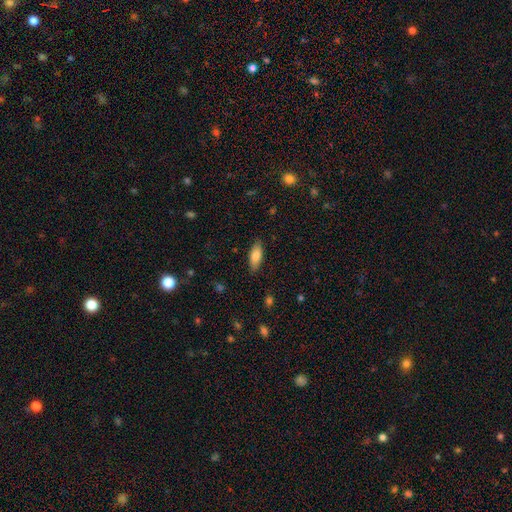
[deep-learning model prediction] Overall: smooth (82%). How rounded: in between (75%). Merging: none (86%).